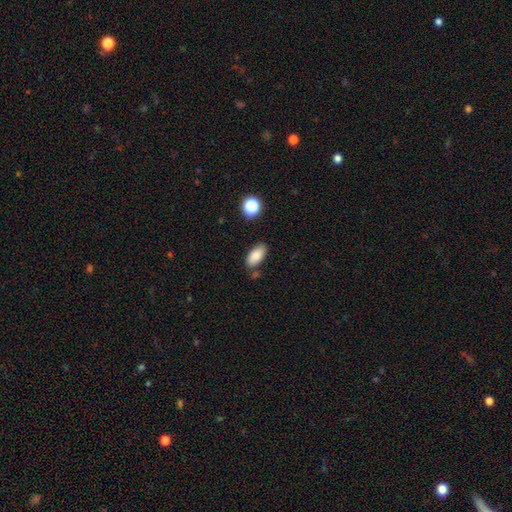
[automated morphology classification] Q: Smooth or featured?
A: smooth (84%); runner-up: star or artifact (8%)
Q: How rounded?
A: in between (92%); runner-up: cigar-shaped (5%)
Q: Merging?
A: none (76%); runner-up: minor disturbance (14%)